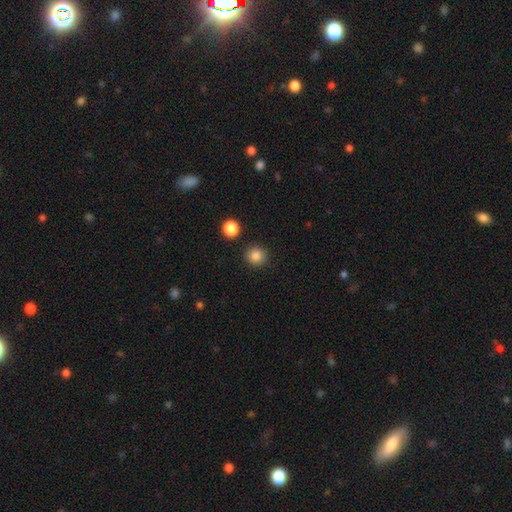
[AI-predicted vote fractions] smooth_or_featured: smooth (p=0.85) [alt: star or artifact p=0.11]
how_rounded: round (p=0.91) [alt: in between p=0.08]
merging: none (p=0.90) [alt: minor disturbance p=0.06]